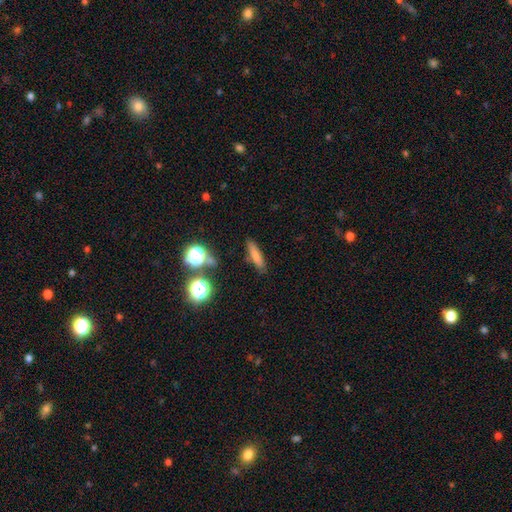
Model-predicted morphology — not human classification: Smooth or featured? smooth (71%)
How rounded? cigar-shaped (76%)
Merging? none (83%)